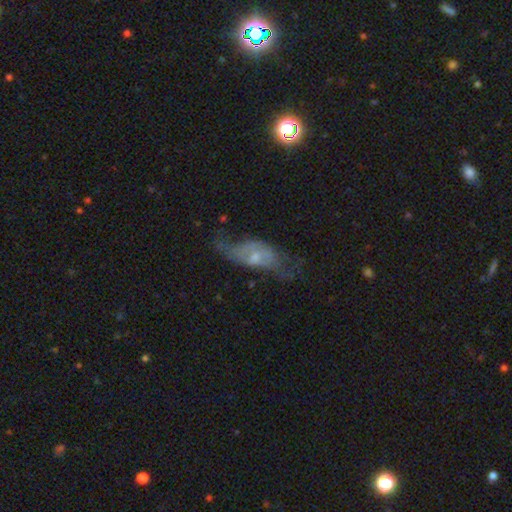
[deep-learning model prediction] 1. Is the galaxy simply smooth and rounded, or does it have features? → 58% featured or disk, 34% smooth, 9% star or artifact.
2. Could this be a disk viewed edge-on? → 86% no, 14% yes.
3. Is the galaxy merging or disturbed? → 38% none, 31% major disturbance, 26% minor disturbance, 4% merger.